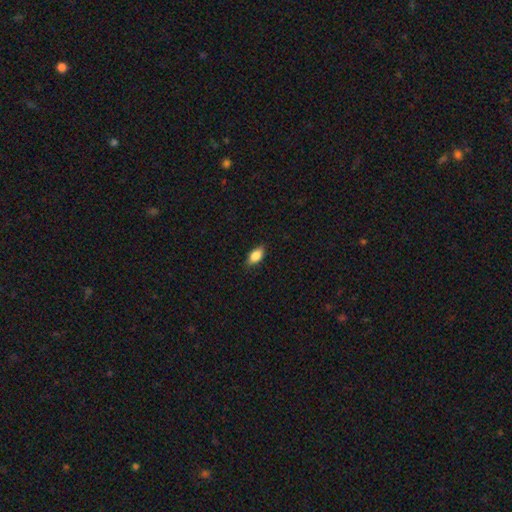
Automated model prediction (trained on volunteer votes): The model was most divided on "merging": none: 85%, minor disturbance: 12%, major disturbance: 2%, merger: 1%. More confident: how rounded — in between (89%); smooth or featured — smooth (84%).